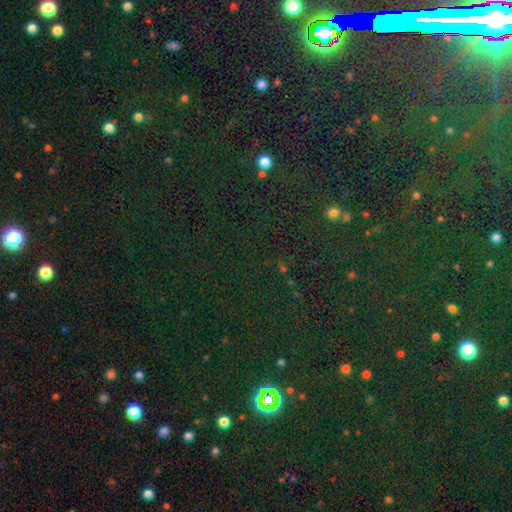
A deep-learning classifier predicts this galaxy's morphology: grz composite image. It shows a star or artifact, not a galaxy (77%).